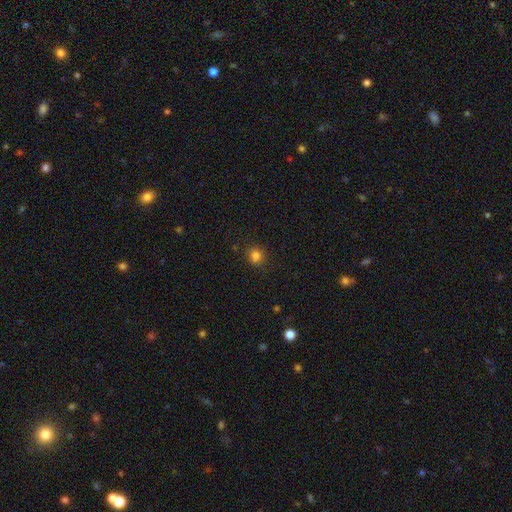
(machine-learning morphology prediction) Smooth or featured? smooth (81%)
How rounded? round (87%)
Merging? none (86%)